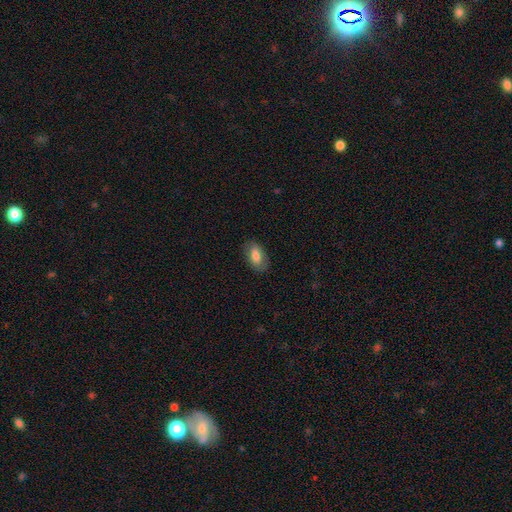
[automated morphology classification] Smooth or featured? Predicted: smooth (p=0.75). How rounded? Predicted: in between (p=0.92). Merging? Predicted: none (p=0.82).